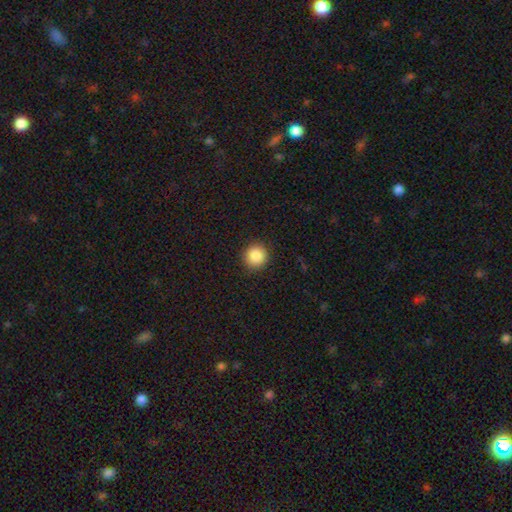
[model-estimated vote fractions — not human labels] Smooth or featured? smooth (87%)
How rounded? round (94%)
Merging? none (91%)